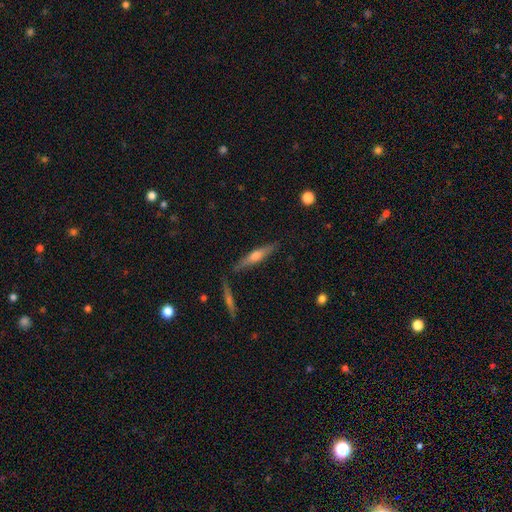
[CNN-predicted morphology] smooth-or-featured: featured or disk: 58% | smooth: 35% | star or artifact: 7%
  disk-edge-on: yes: 95% | no: 5%
    edge-on-bulge: rounded: 86% | none: 8% | boxy: 6%
  merging: none: 83% | minor disturbance: 10% | merger: 5% | major disturbance: 2%